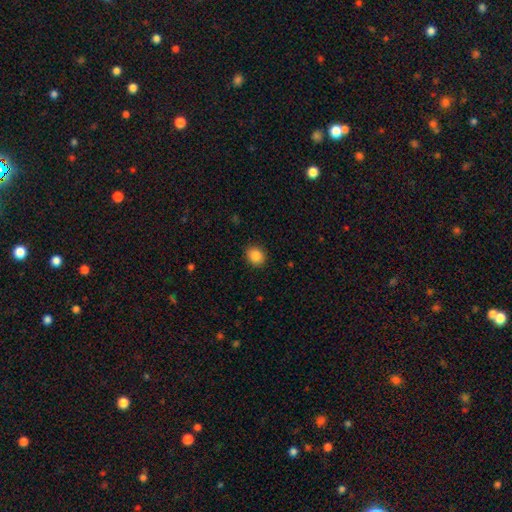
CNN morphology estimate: Q: Smooth or featured?
A: smooth (87%); runner-up: star or artifact (9%)
Q: How rounded?
A: round (65%); runner-up: in between (34%)
Q: Merging?
A: none (89%); runner-up: minor disturbance (7%)